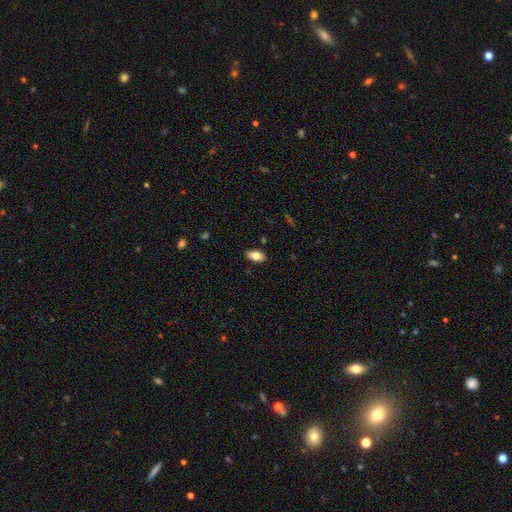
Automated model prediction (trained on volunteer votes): Overall: smooth (81%). How rounded: in between (92%). Merging: none (87%).